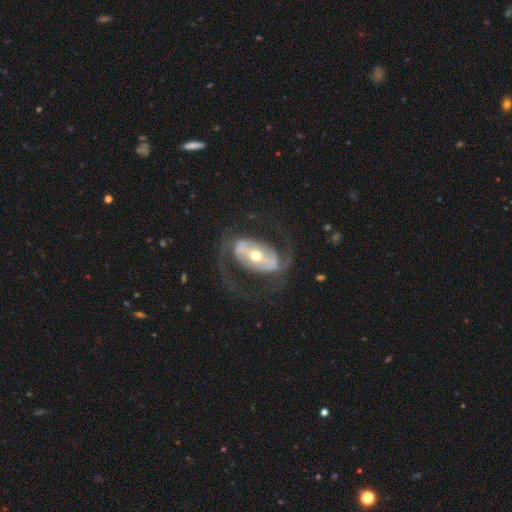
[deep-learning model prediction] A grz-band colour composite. It shows a featured or disk galaxy (88%) with a strong bar (55%), 2 (91%) medium (51%) spiral arms (89%) and a moderate central bulge (57%). Merging: none (70%).